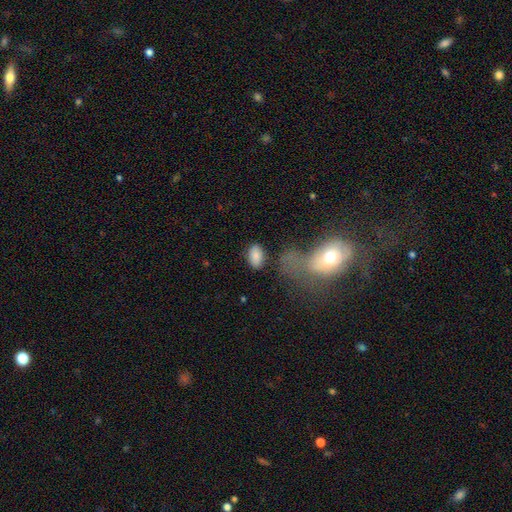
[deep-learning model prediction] Q: Smooth or featured?
A: smooth (85%); runner-up: star or artifact (8%)
Q: How rounded?
A: in between (93%); runner-up: round (5%)
Q: Merging?
A: none (76%); runner-up: minor disturbance (13%)